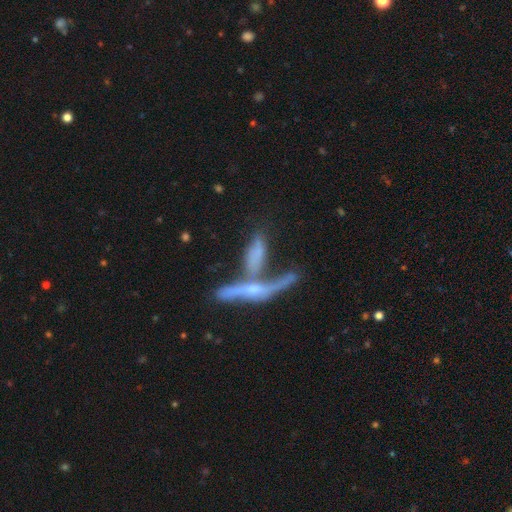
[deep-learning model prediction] This is possibly a featured or disk galaxy (47%). Merging: possibly merger (58%).